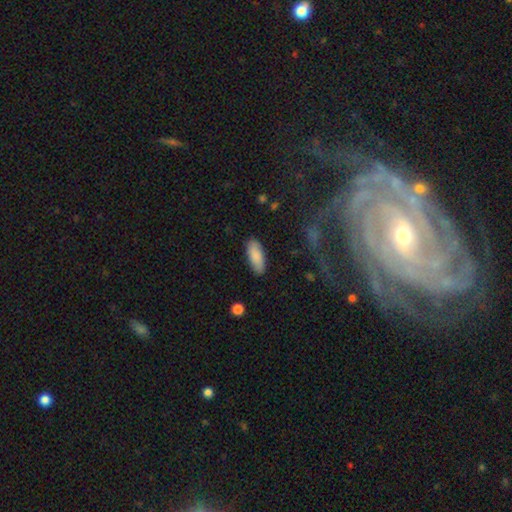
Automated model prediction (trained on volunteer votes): A smooth galaxy with no disk features (87%) that is in between round and cigar-shaped (77%).

Vote fractions:
- Smooth or featured? smooth: 87% / featured or disk: 7% / star or artifact: 6%
- How rounded? in between: 77% / cigar-shaped: 22% / round: 2%
- Merging? none: 86% / minor disturbance: 10% / major disturbance: 2% / merger: 1%